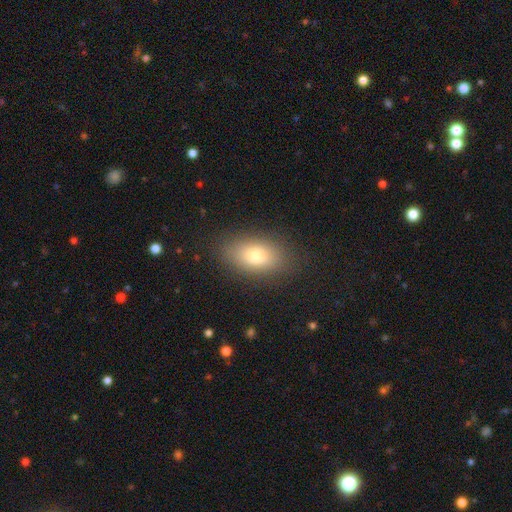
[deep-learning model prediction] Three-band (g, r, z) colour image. It shows a smooth galaxy with no disk features (78%) that is in between round and cigar-shaped (88%). Merging: none (85%).